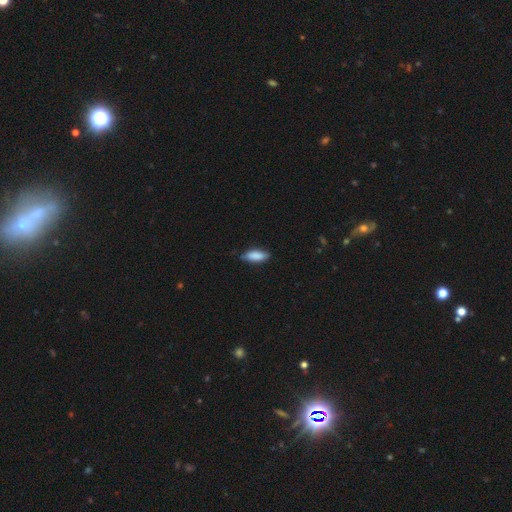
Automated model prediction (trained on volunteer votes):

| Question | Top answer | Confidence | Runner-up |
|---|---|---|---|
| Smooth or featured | smooth | 84% | featured or disk (10%) |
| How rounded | in between | 71% | cigar-shaped (27%) |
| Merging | none | 75% | minor disturbance (21%) |